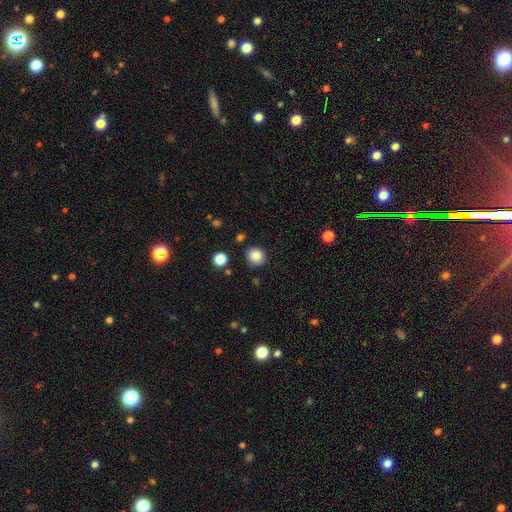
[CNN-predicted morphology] This is clearly a smooth galaxy (86%). How rounded: clearly round (88%). Merging: clearly none (86%).